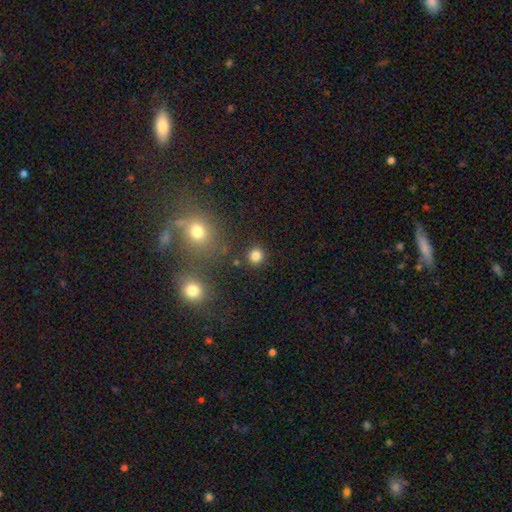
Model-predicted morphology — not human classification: smooth-or-featured: smooth: 81% | star or artifact: 14% | featured or disk: 5%
  how-rounded: round: 93% | in between: 6% | cigar-shaped: 1%
  merging: none: 88% | minor disturbance: 6% | merger: 3% | major disturbance: 2%